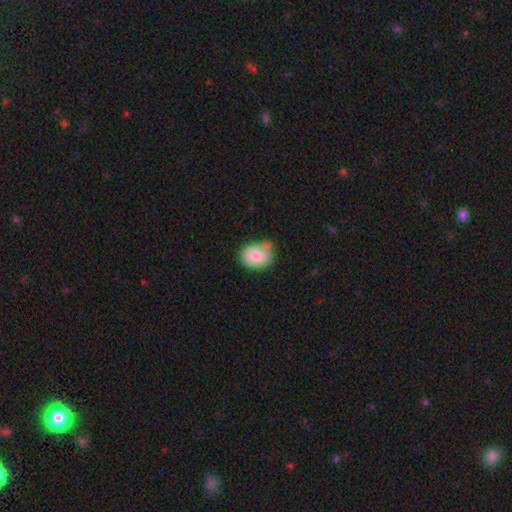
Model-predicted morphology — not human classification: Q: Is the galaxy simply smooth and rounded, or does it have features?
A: smooth — 84%.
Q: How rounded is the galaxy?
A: in between — 61%.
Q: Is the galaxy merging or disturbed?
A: none — 51%.